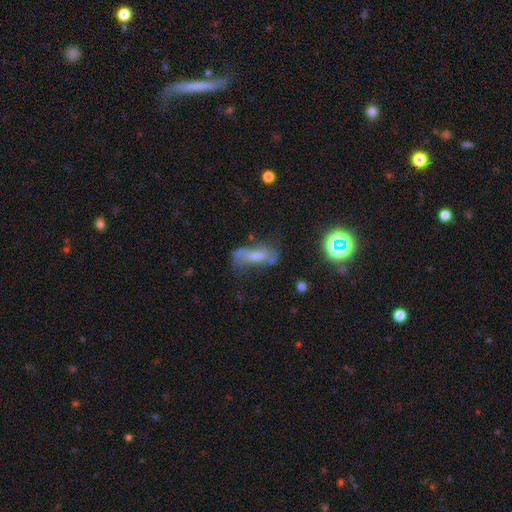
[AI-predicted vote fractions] This is possibly a featured or disk galaxy (51%). It is clearly not viewed edge-on (84%). Merging: marginally none (41%).